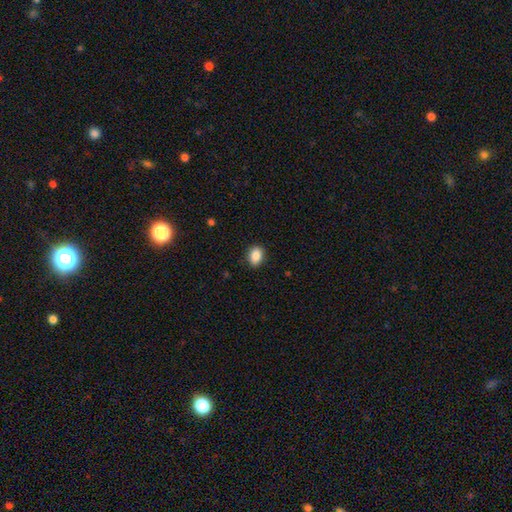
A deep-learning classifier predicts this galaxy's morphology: Smooth or featured? Predicted: smooth (p=0.87). How rounded? Predicted: in between (p=0.65). Merging? Predicted: none (p=0.87).